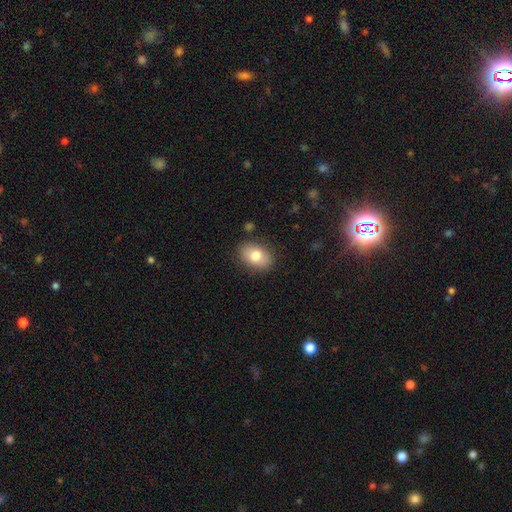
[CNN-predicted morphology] This appears to be a smooth galaxy with no disk features (79%) that is in between round and cigar-shaped (84%). Merging: none (84%).